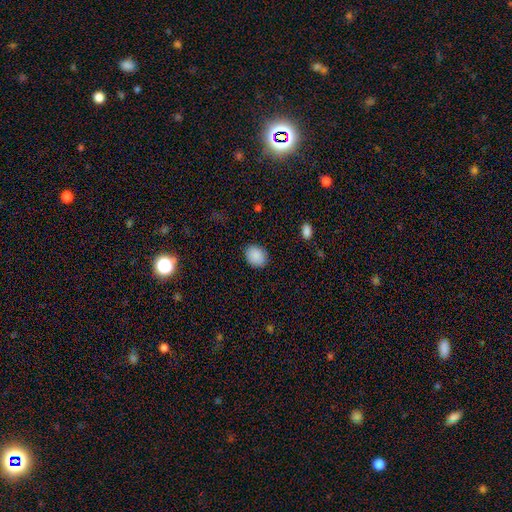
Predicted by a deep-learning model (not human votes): Overall: smooth (89%). How rounded: in between (50%; round 49%). Merging: none (87%).